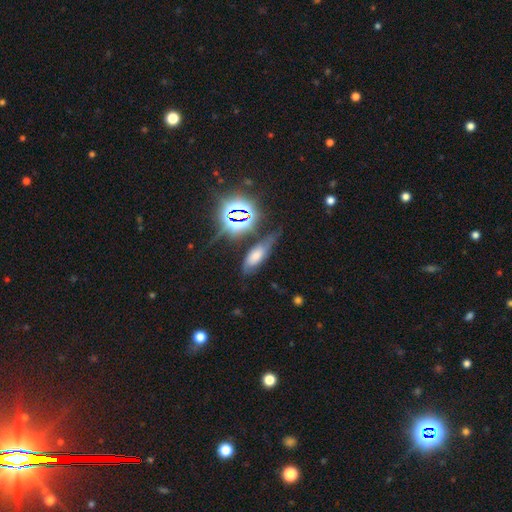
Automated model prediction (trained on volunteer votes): Smooth or featured?
  - smooth: 49% *
  - featured or disk: 26%
  - star or artifact: 25%
Merging?
  - none: 50% *
  - minor disturbance: 29%
  - major disturbance: 15%
  - merger: 7%